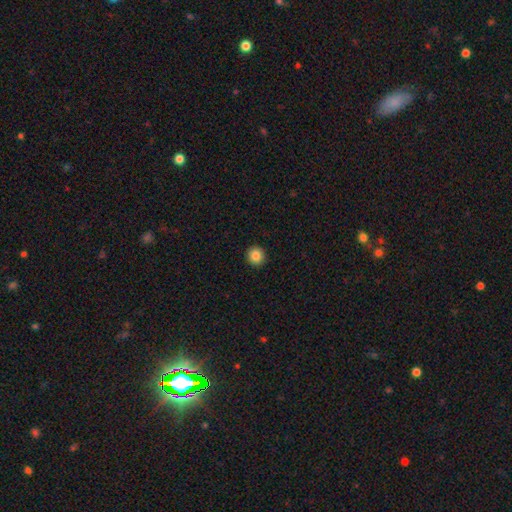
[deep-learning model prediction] smooth 85%, star or artifact 10%, featured or disk 5%. Down the decision tree: how rounded — round (93%); merging — none (93%).